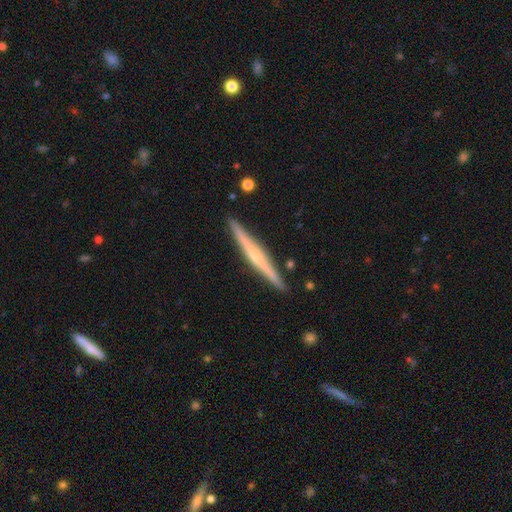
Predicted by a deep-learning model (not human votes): This is likely a featured or disk galaxy (71%). It is clearly viewed edge-on (98%). Edge-on bulge: likely rounded (66%). Merging: clearly none (91%).